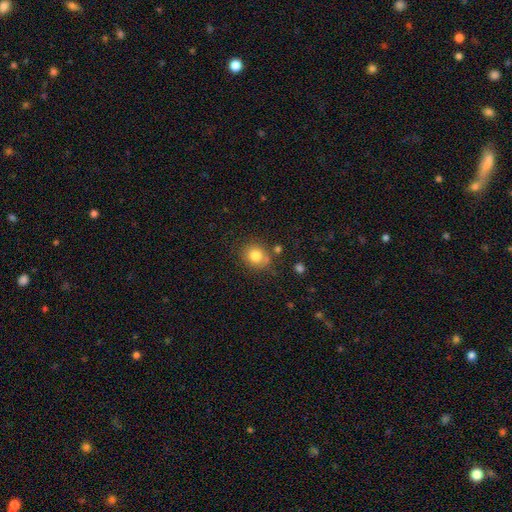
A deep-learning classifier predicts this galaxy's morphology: smooth_or_featured: smooth (p=0.80) [alt: star or artifact p=0.11]
how_rounded: round (p=0.74) [alt: in between p=0.25]
merging: none (p=0.71) [alt: minor disturbance p=0.16]